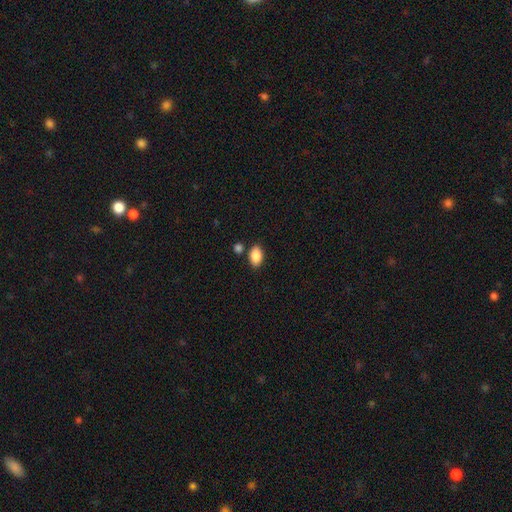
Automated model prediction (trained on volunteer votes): A smooth galaxy with no disk features (89%) that is in between round and cigar-shaped (89%).

Vote fractions:
- Smooth or featured? smooth: 89% / star or artifact: 8% / featured or disk: 4%
- How rounded? in between: 89% / round: 9% / cigar-shaped: 2%
- Merging? none: 79% / minor disturbance: 11% / merger: 7% / major disturbance: 3%